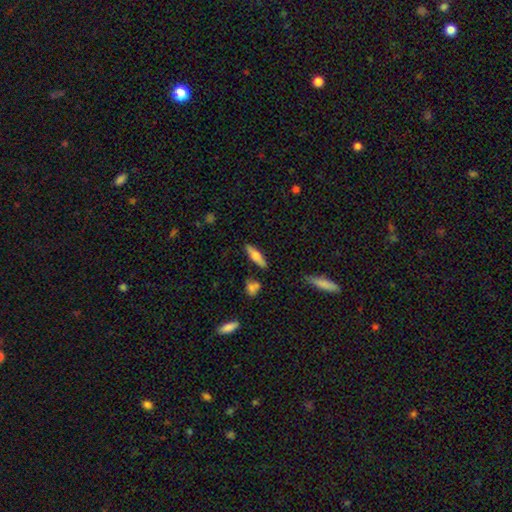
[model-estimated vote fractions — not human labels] This appears to be a smooth galaxy with no disk features (58%) that is cigar-shaped (62%). Merging: none (83%).